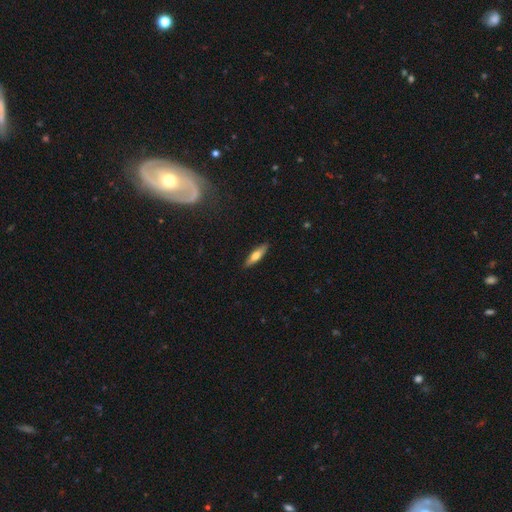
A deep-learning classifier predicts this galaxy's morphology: Smooth or featured: smooth — 58% (featured or disk — 36%)
How rounded: cigar-shaped — 68% (in between — 30%)
Merging: none — 89% (minor disturbance — 8%)